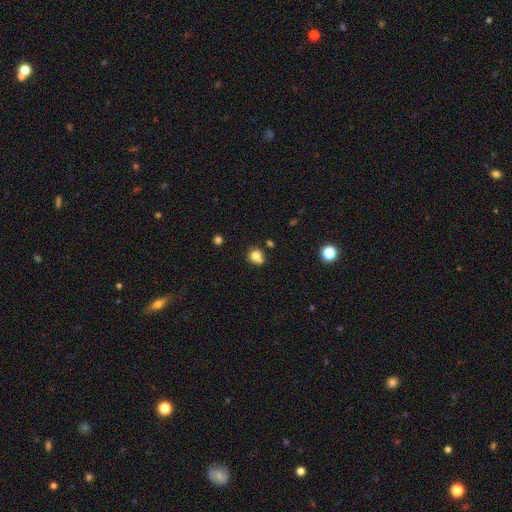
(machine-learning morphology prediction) Smooth or featured?
  - smooth: 77% *
  - star or artifact: 12%
  - featured or disk: 10%
How rounded?
  - round: 76% *
  - in between: 23%
  - cigar-shaped: 1%
Merging?
  - none: 53% *
  - merger: 21%
  - minor disturbance: 20%
  - major disturbance: 7%